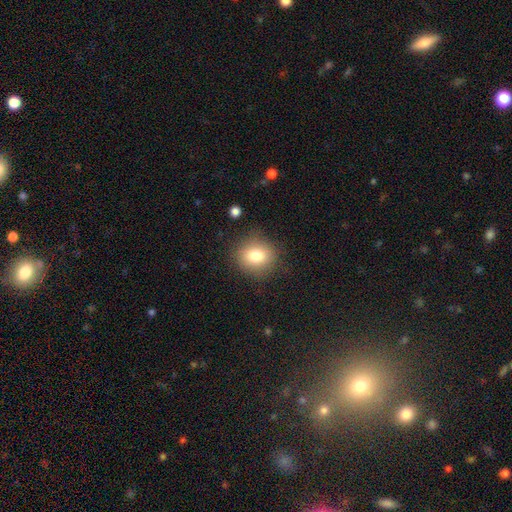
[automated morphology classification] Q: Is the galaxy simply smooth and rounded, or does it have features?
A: smooth — 79%.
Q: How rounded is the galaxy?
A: round — 80%.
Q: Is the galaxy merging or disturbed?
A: none — 83%.